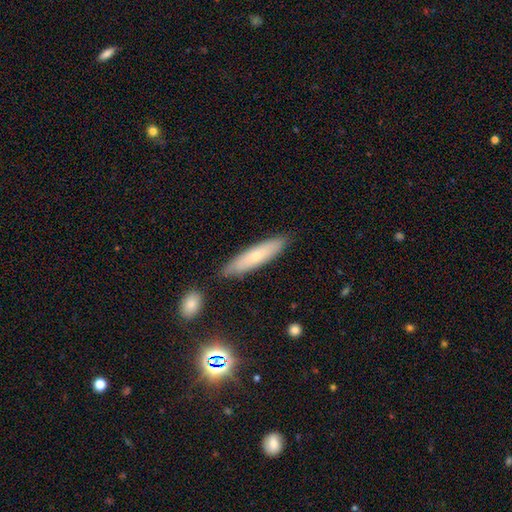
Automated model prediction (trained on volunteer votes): Smooth or featured?
  - smooth: 60% *
  - featured or disk: 33%
  - star or artifact: 7%
How rounded?
  - cigar-shaped: 79% *
  - in between: 20%
  - round: 2%
Merging?
  - none: 84% *
  - minor disturbance: 11%
  - merger: 3%
  - major disturbance: 2%